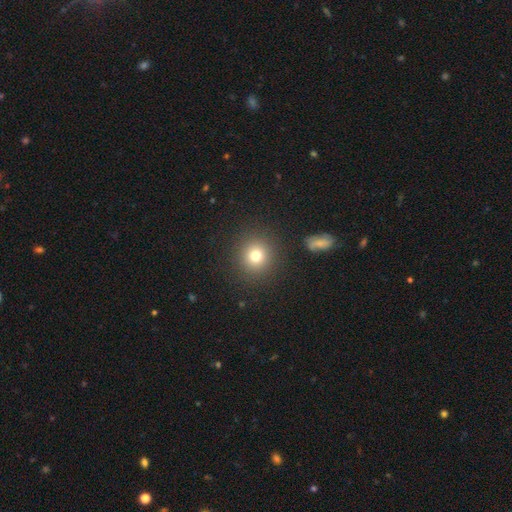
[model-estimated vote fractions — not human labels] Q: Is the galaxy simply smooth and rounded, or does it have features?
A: smooth — 77%.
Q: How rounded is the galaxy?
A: round — 91%.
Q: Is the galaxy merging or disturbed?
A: none — 89%.